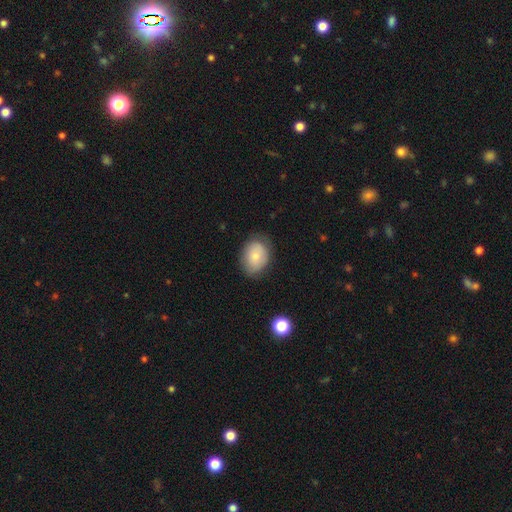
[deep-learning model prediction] Morphology: type=smooth (74%); roundness=in between (68%); merging=none (74%).